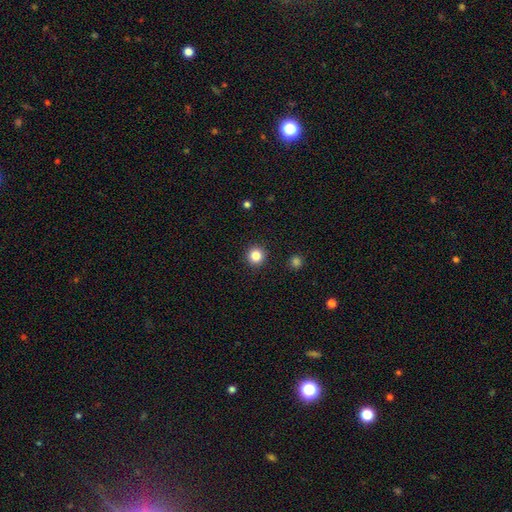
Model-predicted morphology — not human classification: This is clearly a smooth galaxy (85%). How rounded: clearly round (94%). Merging: clearly none (93%).